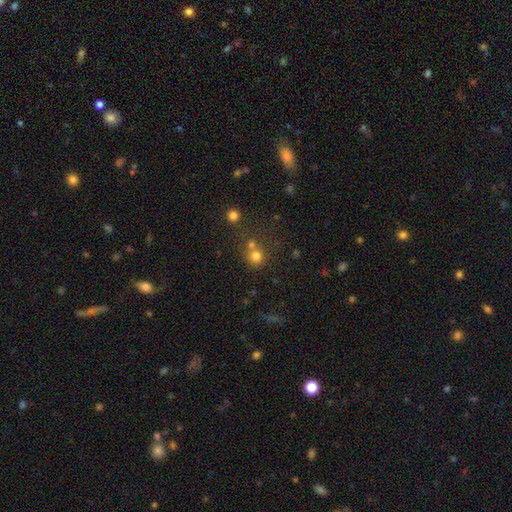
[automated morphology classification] smooth_or_featured: smooth (p=0.74) [alt: star or artifact p=0.16]
how_rounded: round (p=0.88) [alt: in between p=0.11]
merging: none (p=0.53) [alt: merger p=0.35]